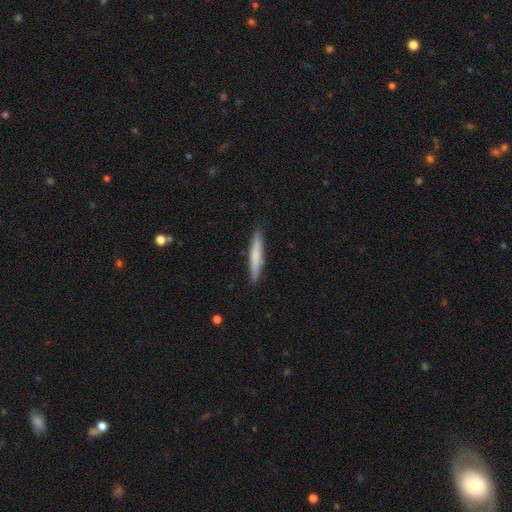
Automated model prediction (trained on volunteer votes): Morphology: type=smooth (71%); roundness=cigar-shaped (94%); merging=none (90%).